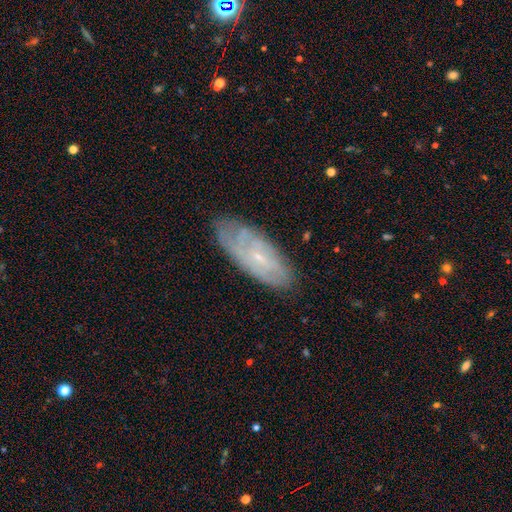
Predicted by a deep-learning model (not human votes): The model was most divided on "smooth or featured": featured or disk: 62%, smooth: 26%, star or artifact: 12%. More confident: edge-on disk — no (82%); spiral arms — yes (82%); bulge size — small (81%); merging — none (80%); bar — no (71%).